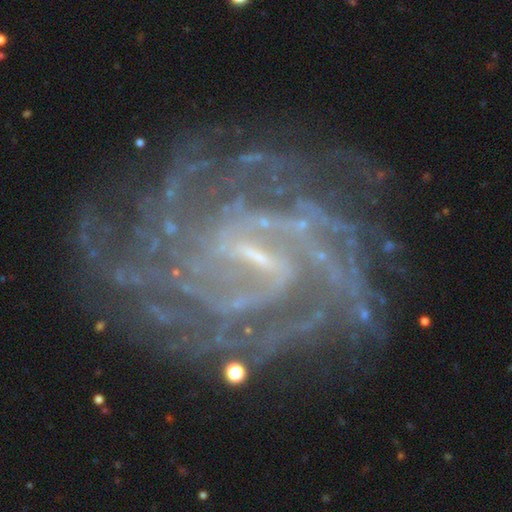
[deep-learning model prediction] smooth_or_featured: featured or disk (p=0.88) [alt: star or artifact p=0.08]
disk_edge_on: no (p=0.98) [alt: yes p=0.02]
bar: weak (p=0.49) [alt: strong p=0.33]
has_spiral_arms: yes (p=0.97) [alt: no p=0.03]
spiral_winding: tight (p=0.66) [alt: medium p=0.27]
spiral_arm_count: can't tell (p=0.26) [alt: more than 4 p=0.22]
bulge_size: small (p=0.61) [alt: none p=0.22]
merging: none (p=0.75) [alt: minor disturbance p=0.14]